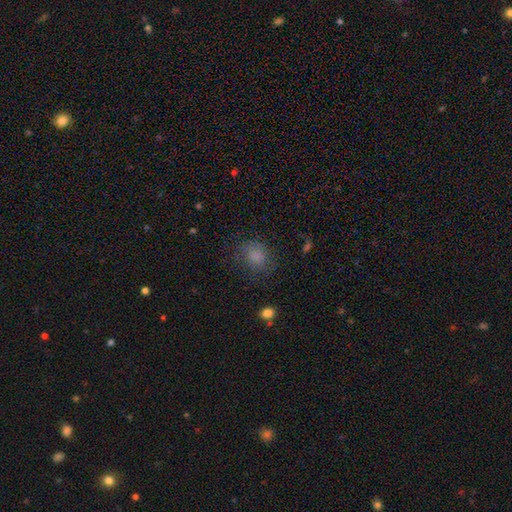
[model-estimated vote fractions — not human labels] Morphology: type=smooth (79%); roundness=round (66%); merging=none (72%).